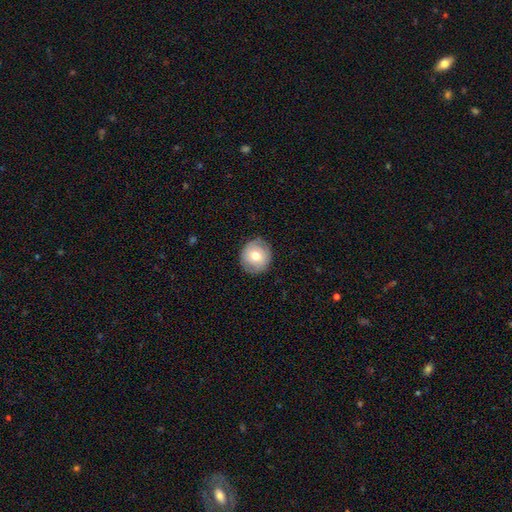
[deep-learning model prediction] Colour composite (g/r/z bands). It shows a smooth galaxy with no disk features (65%) that is round (87%). Merging: none (85%).